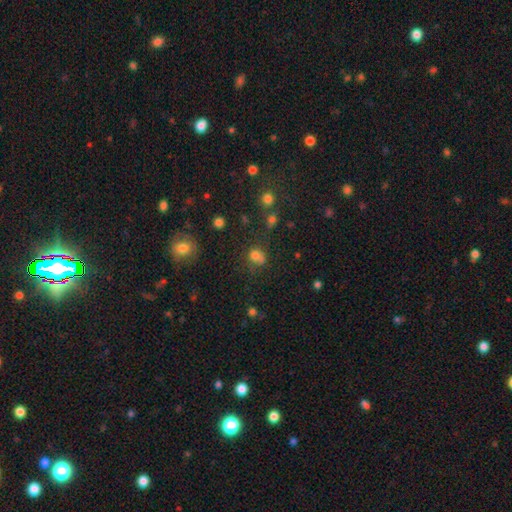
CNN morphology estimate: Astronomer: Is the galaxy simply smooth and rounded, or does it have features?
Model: smooth — 71%.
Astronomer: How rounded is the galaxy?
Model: round — 73%.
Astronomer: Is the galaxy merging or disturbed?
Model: none — 52%.